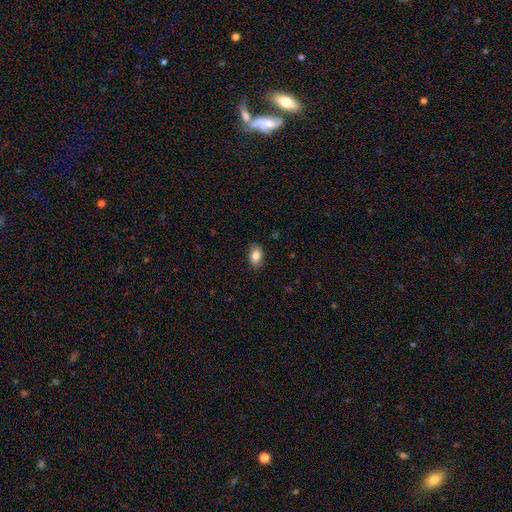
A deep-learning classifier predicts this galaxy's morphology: Overall: smooth (84%). How rounded: in between (89%). Merging: none (86%).